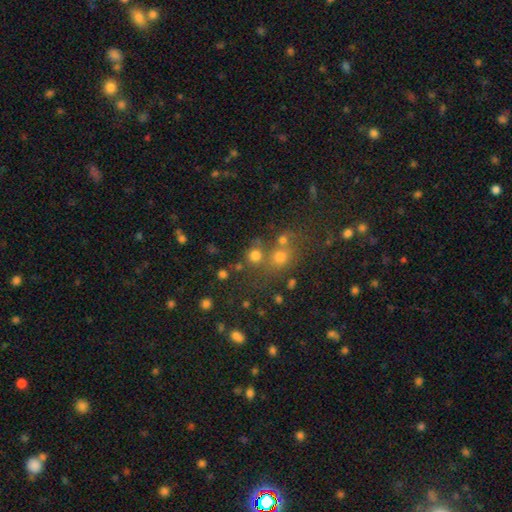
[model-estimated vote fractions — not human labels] smooth-or-featured: smooth: 73% | star or artifact: 18% | featured or disk: 8%
  how-rounded: round: 87% | in between: 11% | cigar-shaped: 1%
  merging: none: 60% | merger: 27% | minor disturbance: 9% | major disturbance: 5%